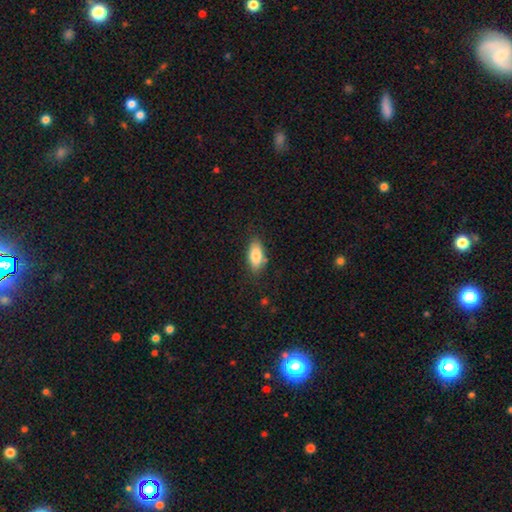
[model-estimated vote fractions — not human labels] Q: Smooth or featured?
A: smooth (81%); runner-up: featured or disk (12%)
Q: How rounded?
A: in between (87%); runner-up: cigar-shaped (10%)
Q: Merging?
A: none (81%); runner-up: minor disturbance (14%)